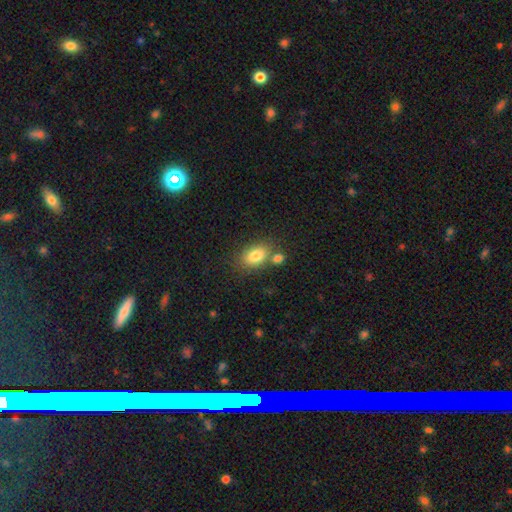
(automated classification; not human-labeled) Smooth or featured? smooth (81%)
How rounded? in between (84%)
Merging? none (61%)